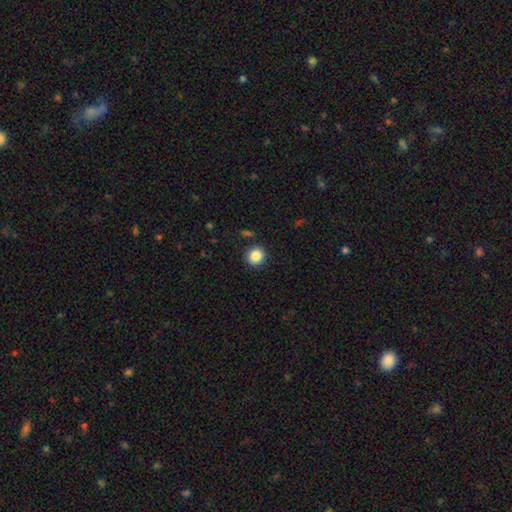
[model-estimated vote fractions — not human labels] The model was most divided on "smooth or featured": smooth: 86%, star or artifact: 10%, featured or disk: 4%. More confident: how rounded — round (91%); merging — none (90%).